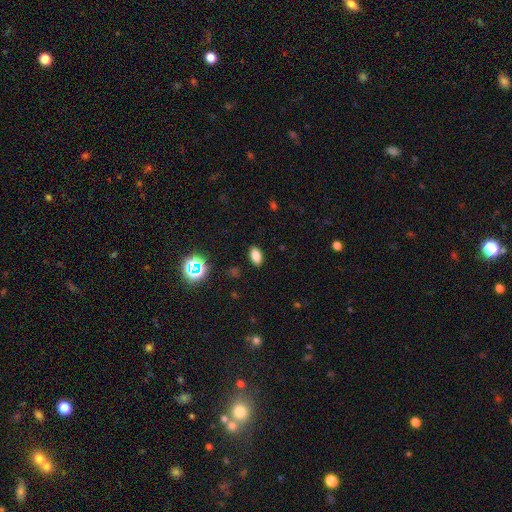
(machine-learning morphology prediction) smooth-or-featured: smooth: 80% | star or artifact: 14% | featured or disk: 6%
  how-rounded: in between: 90% | round: 7% | cigar-shaped: 4%
  merging: none: 88% | minor disturbance: 8% | major disturbance: 2% | merger: 1%